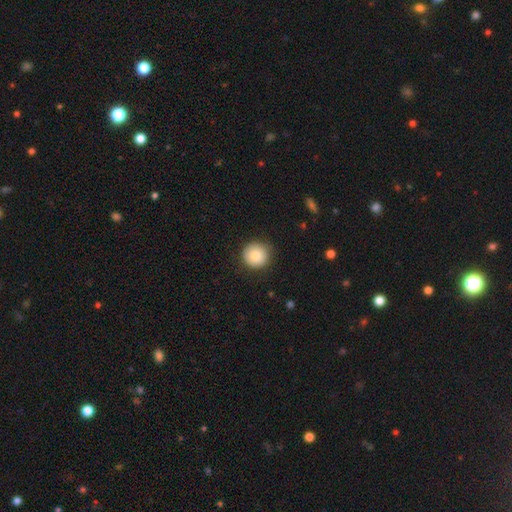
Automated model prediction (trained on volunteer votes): Overall: smooth (85%). How rounded: round (94%). Merging: none (88%).